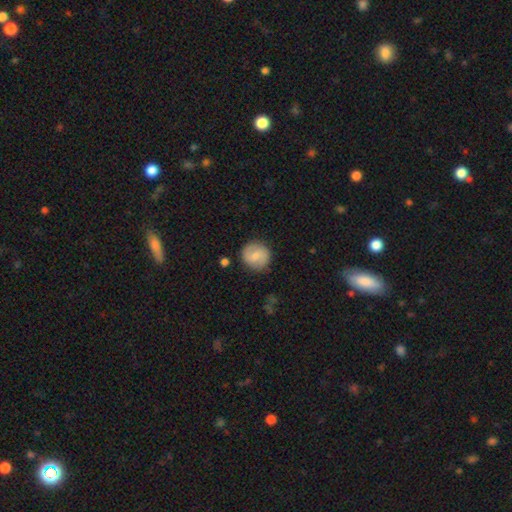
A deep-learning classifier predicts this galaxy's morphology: smooth-or-featured: smooth: 58% | featured or disk: 35% | star or artifact: 7%
  how-rounded: round: 90% | in between: 9% | cigar-shaped: 1%
  merging: none: 84% | minor disturbance: 11% | major disturbance: 3% | merger: 2%